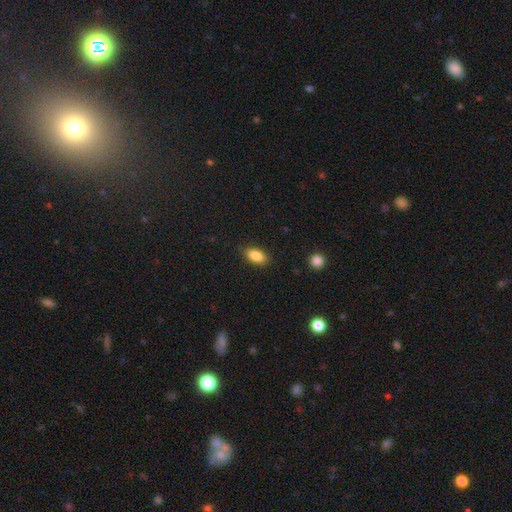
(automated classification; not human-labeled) Q: Smooth or featured?
A: smooth (87%); runner-up: star or artifact (8%)
Q: How rounded?
A: in between (90%); runner-up: cigar-shaped (5%)
Q: Merging?
A: none (86%); runner-up: minor disturbance (10%)